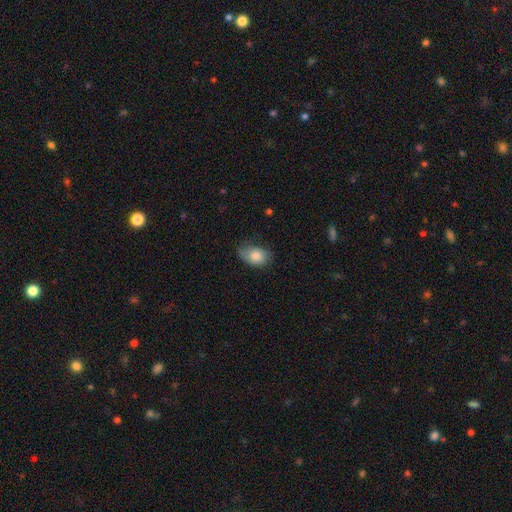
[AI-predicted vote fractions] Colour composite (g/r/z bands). It shows a smooth galaxy with no disk features (82%) that is in between round and cigar-shaped (84%). Merging: none (58%).